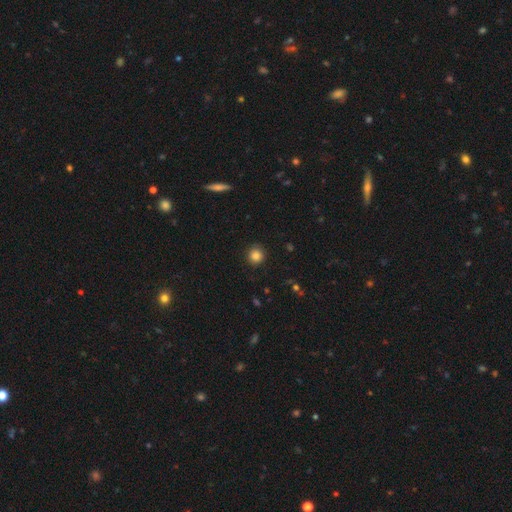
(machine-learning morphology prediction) Q: Smooth or featured?
A: smooth (85%); runner-up: star or artifact (11%)
Q: How rounded?
A: round (93%); runner-up: in between (6%)
Q: Merging?
A: none (90%); runner-up: minor disturbance (7%)